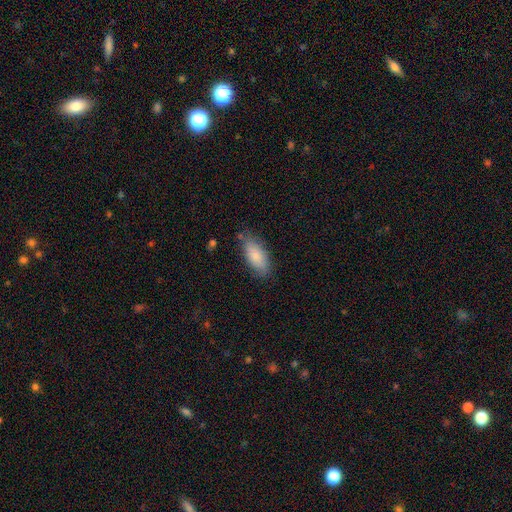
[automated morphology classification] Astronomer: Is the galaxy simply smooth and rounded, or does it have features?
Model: smooth — 86%.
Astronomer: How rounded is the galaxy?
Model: in between — 83%.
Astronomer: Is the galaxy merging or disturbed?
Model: none — 76%.